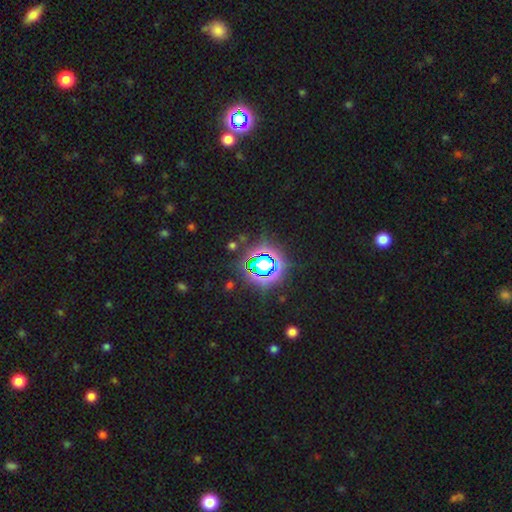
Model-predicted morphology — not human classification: smooth-or-featured: star or artifact: 75% | smooth: 16% | featured or disk: 9%